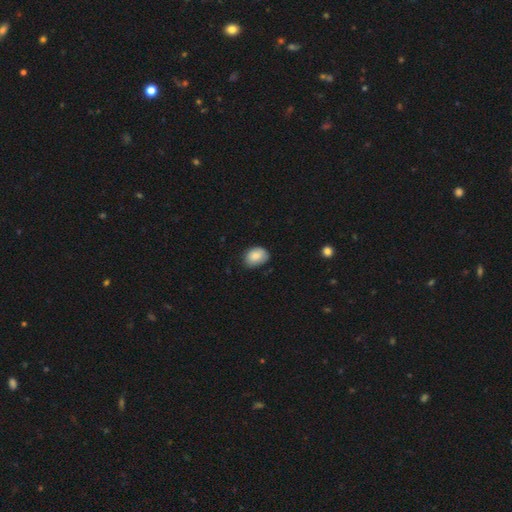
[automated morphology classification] smooth_or_featured: smooth (p=0.84) [alt: featured or disk p=0.09]
how_rounded: in between (p=0.70) [alt: round p=0.29]
merging: none (p=0.67) [alt: minor disturbance p=0.27]